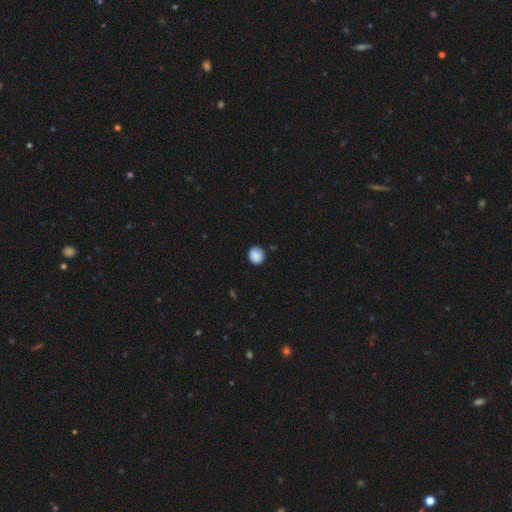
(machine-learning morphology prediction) type=smooth (88%); roundness=round (85%); merging=none (85%).